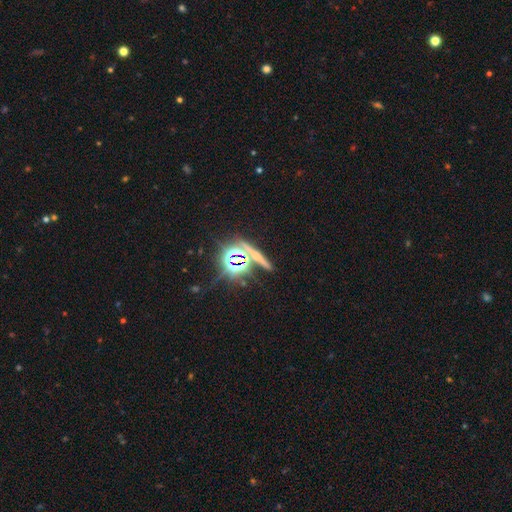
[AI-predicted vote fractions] smooth_or_featured: star or artifact (p=0.45) [alt: smooth p=0.27]